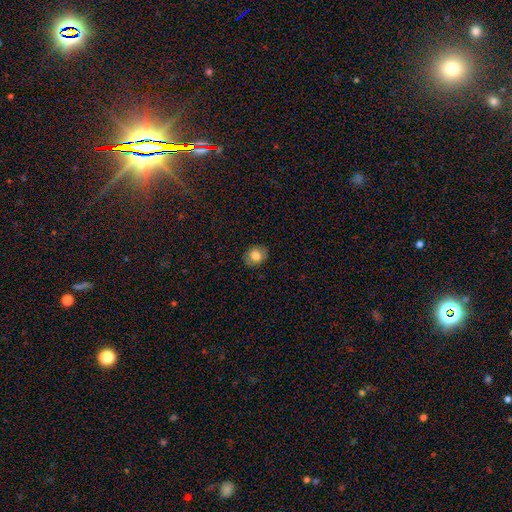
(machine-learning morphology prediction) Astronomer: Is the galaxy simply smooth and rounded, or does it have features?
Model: smooth — 79%.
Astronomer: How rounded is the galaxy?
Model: round — 62% (runner-up: in between, 37%).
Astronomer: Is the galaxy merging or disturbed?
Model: none — 86%.